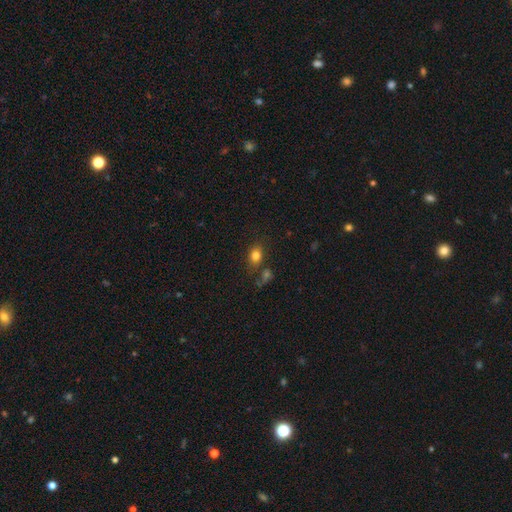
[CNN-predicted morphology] This appears to be a smooth galaxy with no disk features (79%) that is in between round and cigar-shaped (58%). Merging: none (68%).